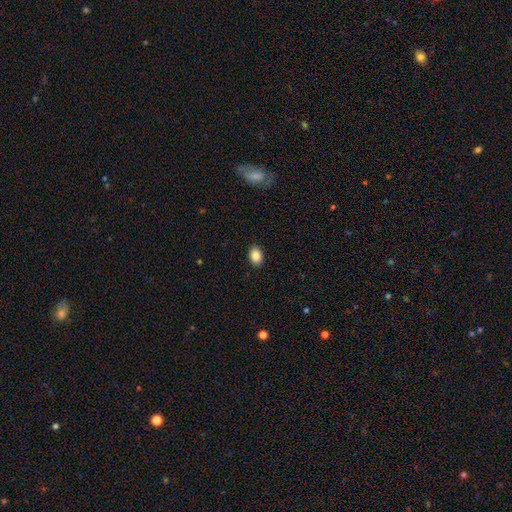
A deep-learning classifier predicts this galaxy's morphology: Smooth or featured? Predicted: smooth (p=0.87). How rounded? Predicted: in between (p=0.82). Merging? Predicted: none (p=0.89).